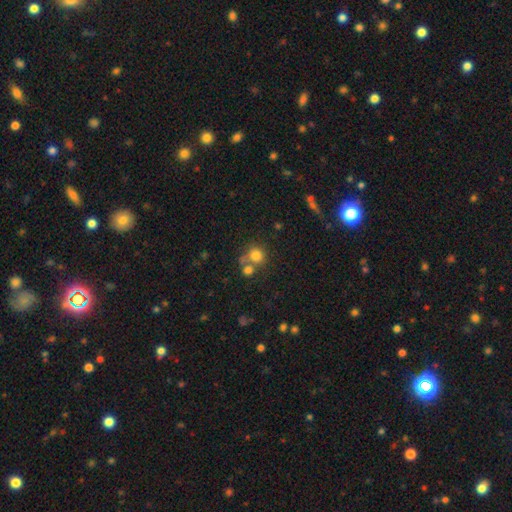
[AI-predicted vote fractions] Smooth or featured? smooth (77%)
How rounded? round (87%)
Merging? none (50%)